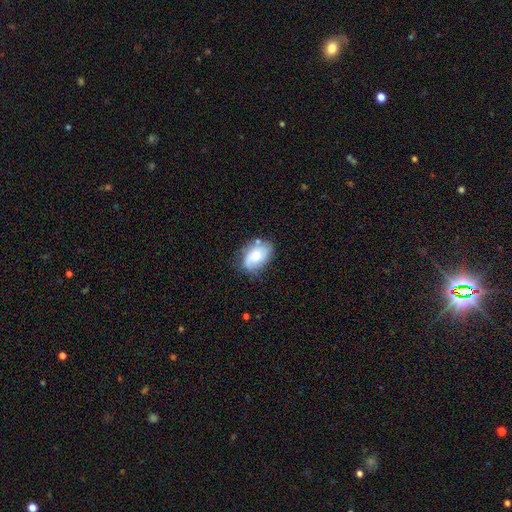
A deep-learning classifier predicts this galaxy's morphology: Smooth or featured? Predicted: smooth (p=0.54). How rounded? Predicted: in between (p=0.83). Merging? Predicted: none (p=0.60).